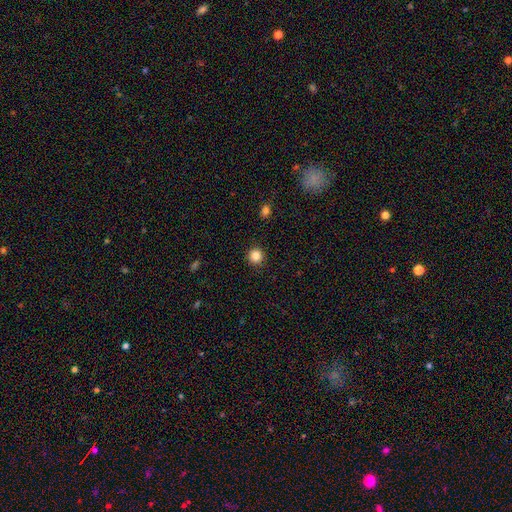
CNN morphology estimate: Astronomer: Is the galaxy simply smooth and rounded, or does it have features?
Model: smooth — 85%.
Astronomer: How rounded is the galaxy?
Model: round — 94%.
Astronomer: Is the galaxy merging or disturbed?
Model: none — 92%.